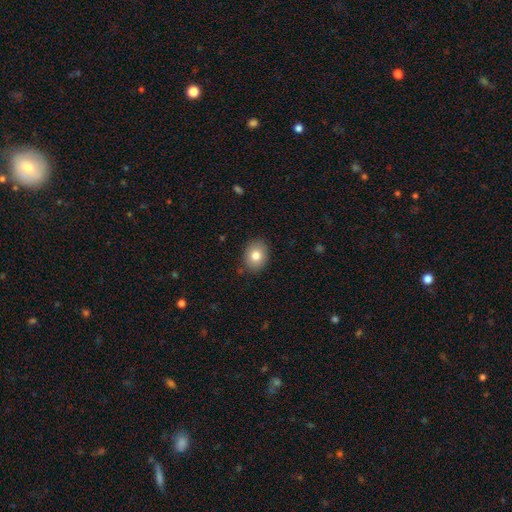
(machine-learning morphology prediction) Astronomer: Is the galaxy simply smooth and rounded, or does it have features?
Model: smooth — 80%.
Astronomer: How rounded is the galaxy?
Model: in between — 57% (runner-up: round, 43%).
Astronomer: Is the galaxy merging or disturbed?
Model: none — 86%.